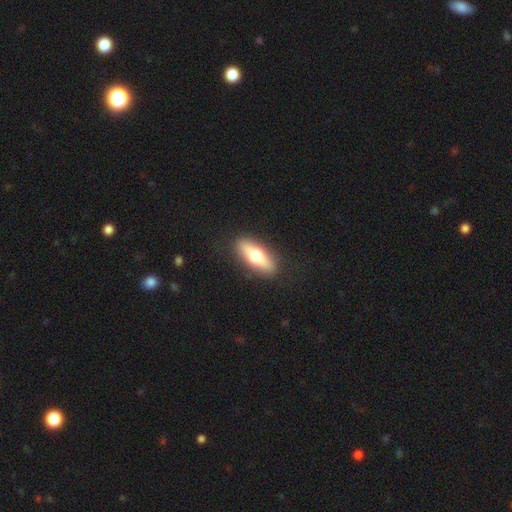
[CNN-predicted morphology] Smooth or featured? Predicted: smooth (p=0.54). How rounded? Predicted: in between (p=0.55). Merging? Predicted: none (p=0.89).